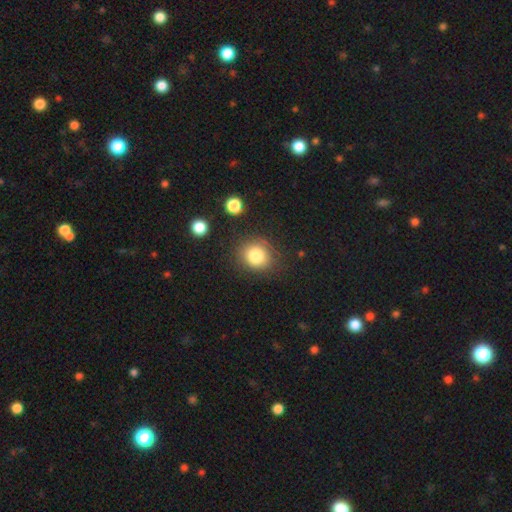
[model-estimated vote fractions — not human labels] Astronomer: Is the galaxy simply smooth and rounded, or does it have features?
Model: smooth — 81%.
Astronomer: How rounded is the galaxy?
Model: round — 77%.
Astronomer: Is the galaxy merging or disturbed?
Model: none — 78%.